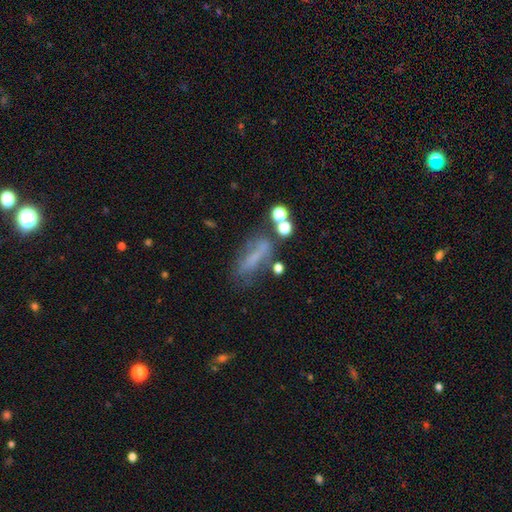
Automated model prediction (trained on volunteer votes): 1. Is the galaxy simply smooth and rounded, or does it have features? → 49% smooth, 32% featured or disk, 19% star or artifact.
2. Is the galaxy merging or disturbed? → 45% none, 23% minor disturbance, 19% major disturbance, 13% merger.